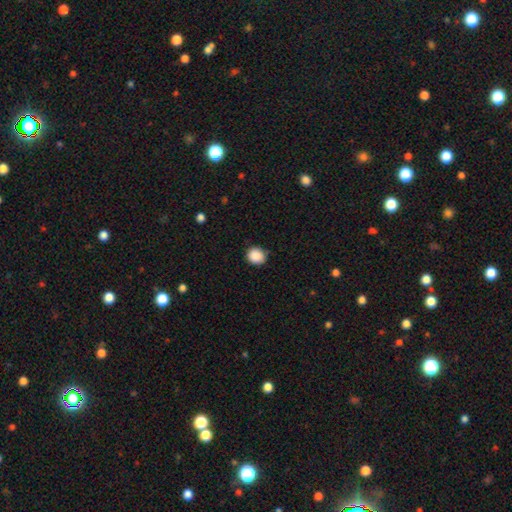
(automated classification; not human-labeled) Smooth or featured: smooth — 89% (star or artifact — 9%)
How rounded: round — 80% (in between — 19%)
Merging: none — 85% (minor disturbance — 12%)